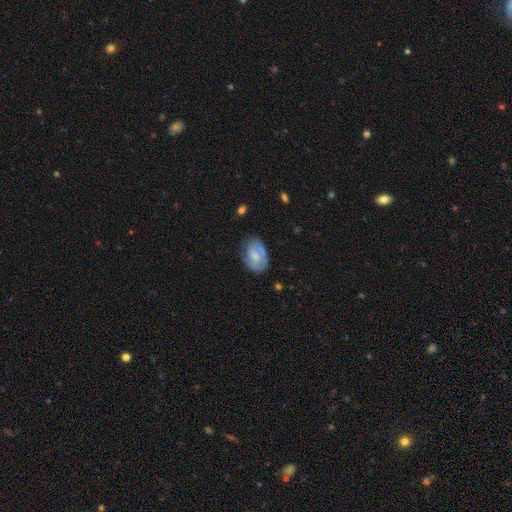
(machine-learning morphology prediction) Q: Smooth or featured?
A: featured or disk (53%); runner-up: smooth (40%)
Q: Edge-on disk?
A: no (96%); runner-up: yes (4%)
Q: Bar?
A: no (56%); runner-up: weak (38%)
Q: Spiral arms?
A: yes (78%); runner-up: no (22%)
Q: Bulge size?
A: small (39%); runner-up: moderate (37%)
Q: Merging?
A: none (65%); runner-up: minor disturbance (24%)